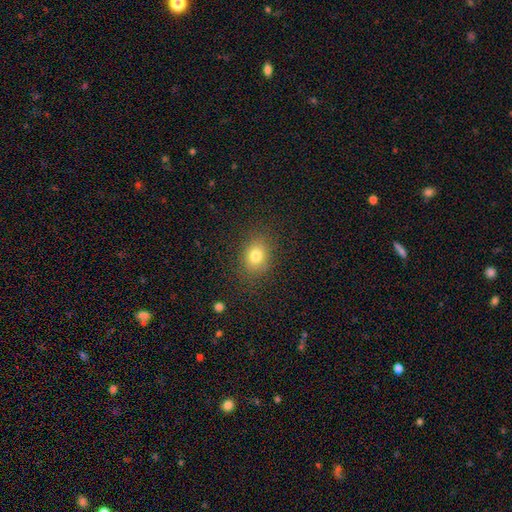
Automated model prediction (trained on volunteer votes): smooth-or-featured: smooth: 79% | star or artifact: 12% | featured or disk: 9%
  how-rounded: in between: 50% | round: 49% | cigar-shaped: 1%
  merging: none: 83% | minor disturbance: 11% | major disturbance: 4% | merger: 1%